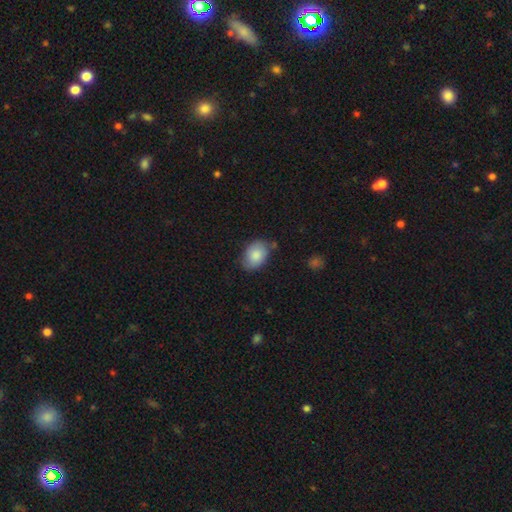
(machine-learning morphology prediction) A smooth galaxy with no disk features (84%) that is in between round and cigar-shaped (82%). Merging: none (70%).